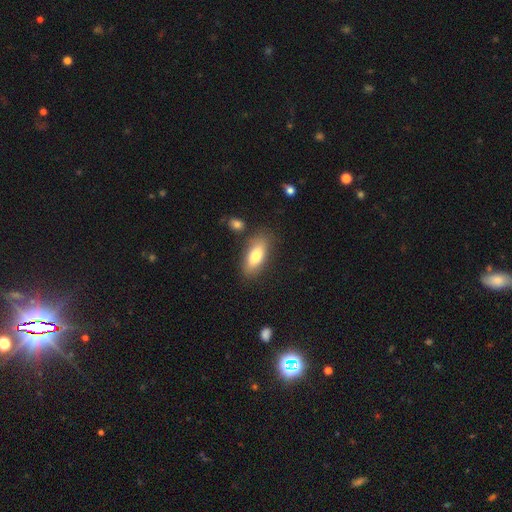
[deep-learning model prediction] Smooth or featured?
  - smooth: 76% *
  - featured or disk: 18%
  - star or artifact: 7%
How rounded?
  - in between: 78% *
  - cigar-shaped: 20%
  - round: 3%
Merging?
  - none: 80% *
  - minor disturbance: 12%
  - merger: 4%
  - major disturbance: 3%